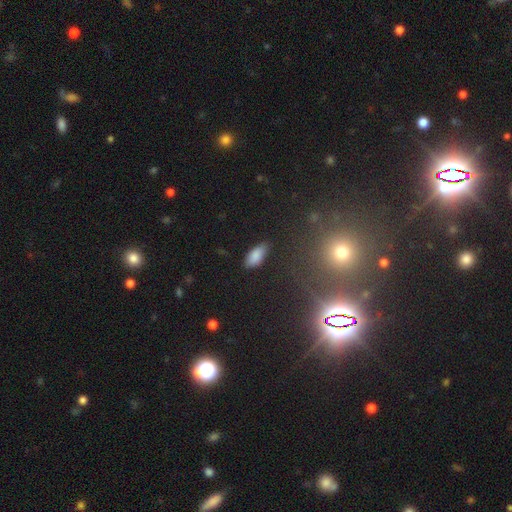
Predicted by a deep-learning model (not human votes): Smooth or featured: smooth — 86% (star or artifact — 8%)
How rounded: in between — 89% (cigar-shaped — 9%)
Merging: none — 84% (minor disturbance — 13%)